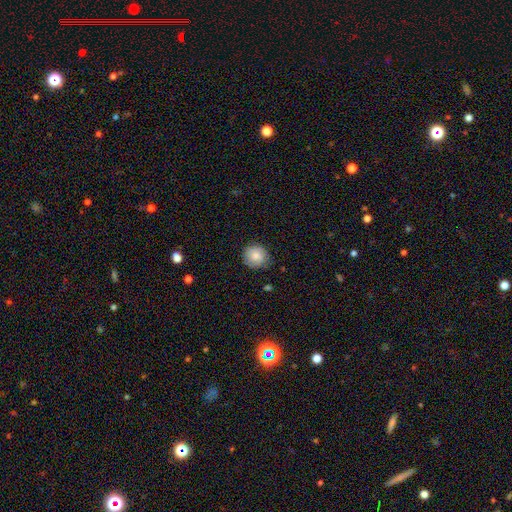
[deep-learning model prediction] smooth-or-featured: smooth: 82% | featured or disk: 10% | star or artifact: 8%
  how-rounded: round: 86% | in between: 13% | cigar-shaped: 1%
  merging: none: 78% | minor disturbance: 18% | major disturbance: 3% | merger: 1%